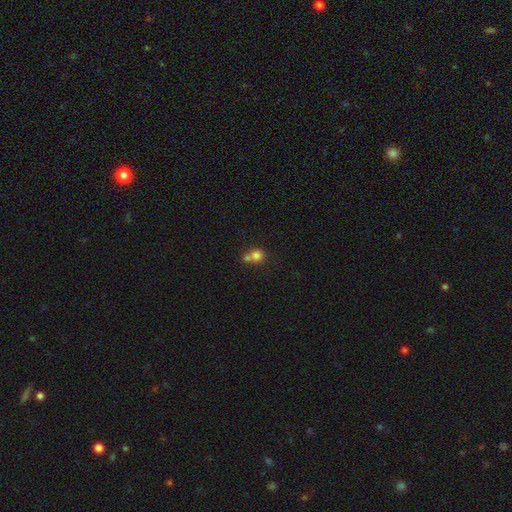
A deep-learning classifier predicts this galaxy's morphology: The model was most divided on "merging": merger: 51%, none: 38%, minor disturbance: 8%, major disturbance: 3%. More confident: how rounded — round (82%); smooth or featured — smooth (77%).